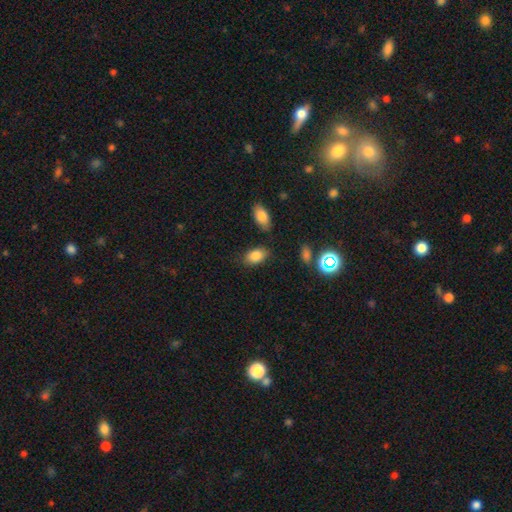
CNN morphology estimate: smooth-or-featured: smooth: 84% | star or artifact: 9% | featured or disk: 7%
  how-rounded: in between: 89% | round: 10% | cigar-shaped: 2%
  merging: none: 78% | minor disturbance: 14% | merger: 4% | major disturbance: 4%